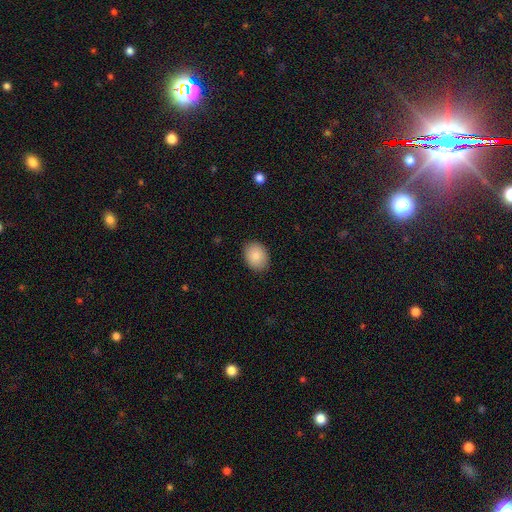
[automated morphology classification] smooth-or-featured: smooth: 85% | star or artifact: 8% | featured or disk: 7%
  how-rounded: in between: 59% | round: 40% | cigar-shaped: 1%
  merging: none: 89% | minor disturbance: 8% | major disturbance: 2% | merger: 1%